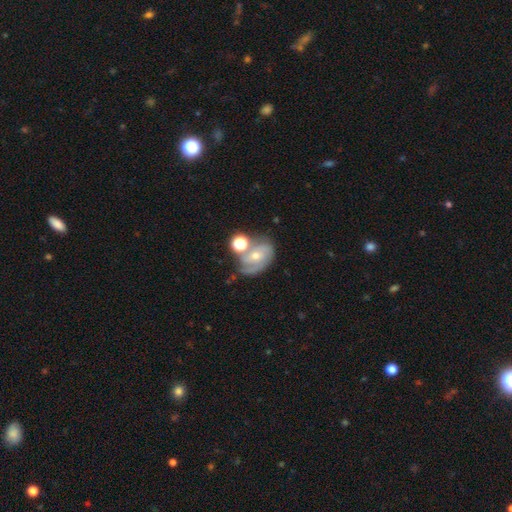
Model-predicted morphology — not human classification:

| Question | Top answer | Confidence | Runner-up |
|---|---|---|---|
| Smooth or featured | featured or disk | 65% | smooth (25%) |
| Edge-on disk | no | 97% | yes (3%) |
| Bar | no | 64% | weak (29%) |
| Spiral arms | yes | 87% | no (13%) |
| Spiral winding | medium | 42% | tight (41%) |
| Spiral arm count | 2 | 55% | can't tell (21%) |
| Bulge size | small | 53% | moderate (42%) |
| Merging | none | 44% | merger (23%) |